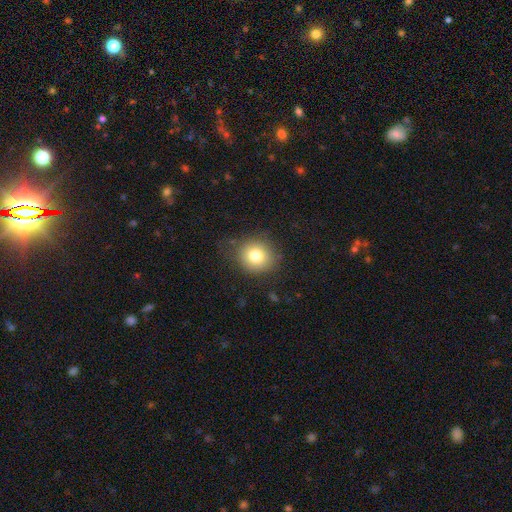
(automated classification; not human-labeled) smooth 79%, star or artifact 11%, featured or disk 10%. Down the decision tree: how rounded — round (83%); merging — none (82%).